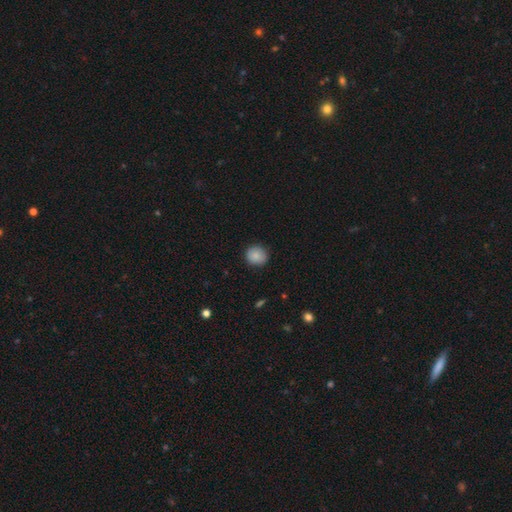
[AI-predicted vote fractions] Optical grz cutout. It shows a smooth galaxy with no disk features (87%) that is round (90%). Merging: none (88%).